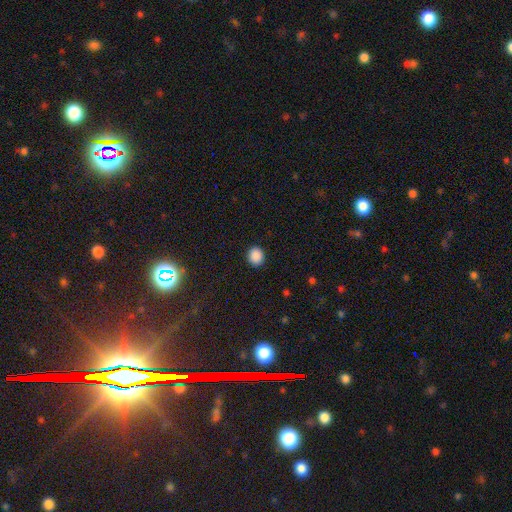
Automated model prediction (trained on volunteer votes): Smooth or featured?
  - smooth: 88% *
  - star or artifact: 9%
  - featured or disk: 2%
How rounded?
  - round: 77% *
  - in between: 22%
  - cigar-shaped: 1%
Merging?
  - none: 91% *
  - minor disturbance: 6%
  - major disturbance: 2%
  - merger: 1%